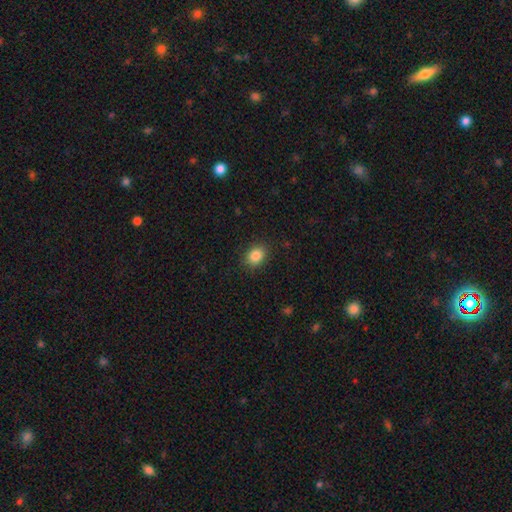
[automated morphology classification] Smooth or featured? Predicted: smooth (p=0.85). How rounded? Predicted: in between (p=0.57). Merging? Predicted: none (p=0.88).